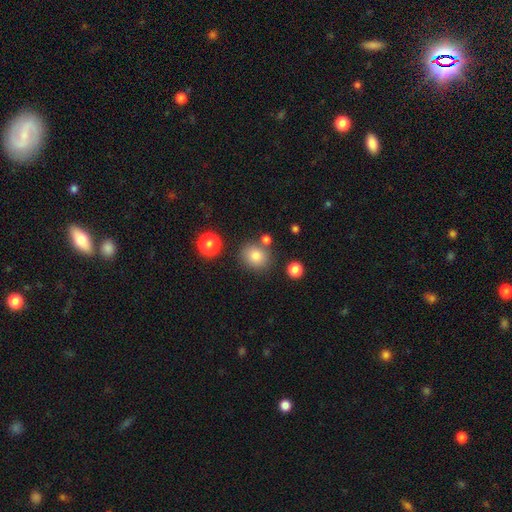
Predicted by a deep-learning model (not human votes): Smooth or featured: smooth — 79% (star or artifact — 12%)
How rounded: round — 78% (in between — 21%)
Merging: none — 77% (minor disturbance — 10%)